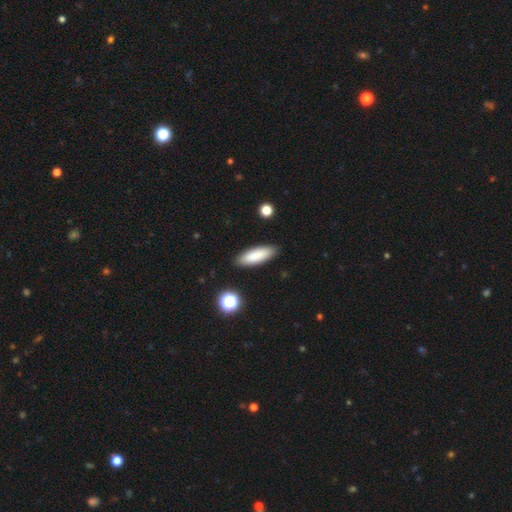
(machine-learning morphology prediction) smooth_or_featured: smooth (p=0.86) [alt: featured or disk p=0.07]
how_rounded: in between (p=0.54) [alt: cigar-shaped p=0.44]
merging: none (p=0.89) [alt: minor disturbance p=0.08]